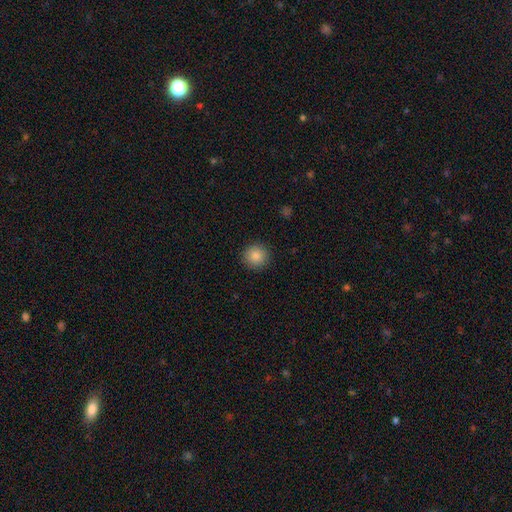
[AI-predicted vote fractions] Smooth or featured?
  - smooth: 86% *
  - star or artifact: 9%
  - featured or disk: 4%
How rounded?
  - round: 94% *
  - in between: 5%
  - cigar-shaped: 1%
Merging?
  - none: 92% *
  - minor disturbance: 5%
  - major disturbance: 2%
  - merger: 1%